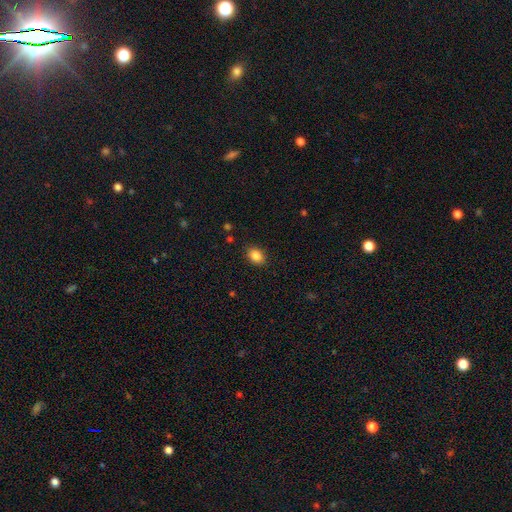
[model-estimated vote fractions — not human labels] Smooth or featured? smooth (86%)
How rounded? in between (71%)
Merging? none (88%)